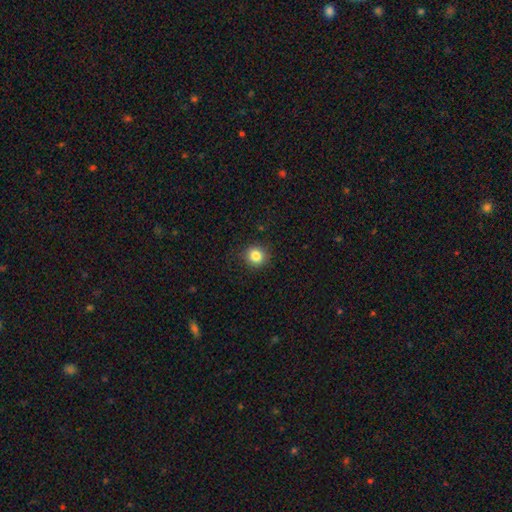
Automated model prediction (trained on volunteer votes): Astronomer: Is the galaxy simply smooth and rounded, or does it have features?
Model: smooth — 84%.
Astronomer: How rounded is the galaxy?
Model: round — 89%.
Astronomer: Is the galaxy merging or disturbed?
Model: none — 89%.